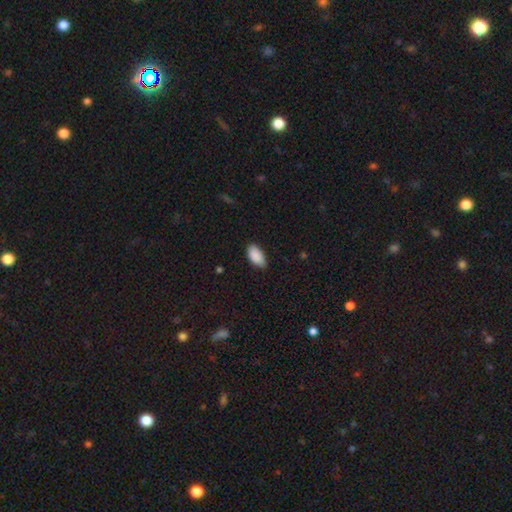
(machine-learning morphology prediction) type=smooth (90%); roundness=in between (94%); merging=none (76%).